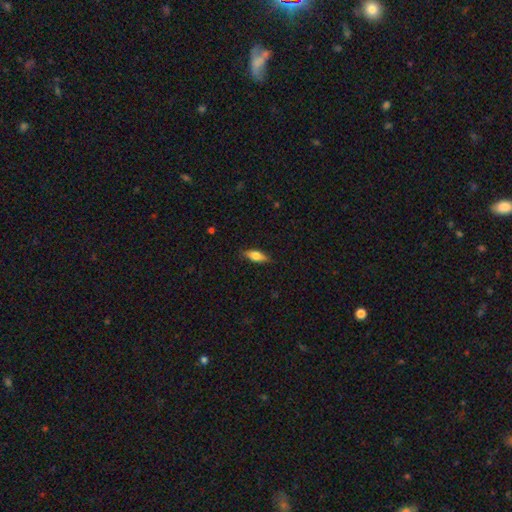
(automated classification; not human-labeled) Morphology: type=smooth (67%); roundness=in between (67%); merging=none (83%).